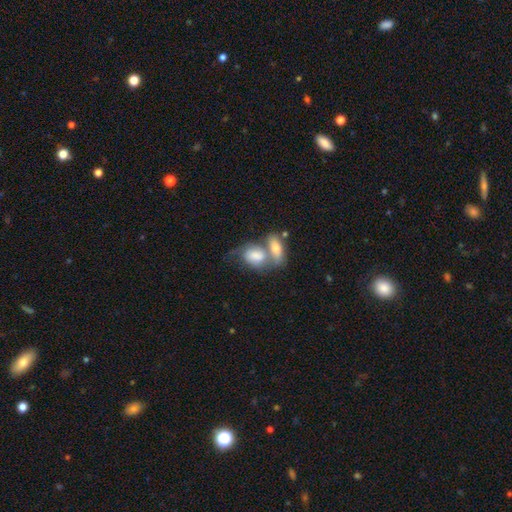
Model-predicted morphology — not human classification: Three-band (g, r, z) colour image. It shows a smooth galaxy with no disk features (72%) that is in between round and cigar-shaped (82%). Merging: merger (64%).